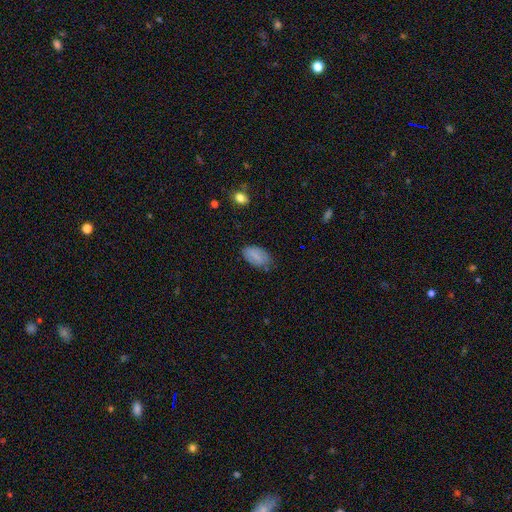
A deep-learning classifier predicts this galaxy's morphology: Smooth or featured: smooth — 79% (featured or disk — 12%)
How rounded: in between — 93% (round — 5%)
Merging: none — 75% (minor disturbance — 19%)